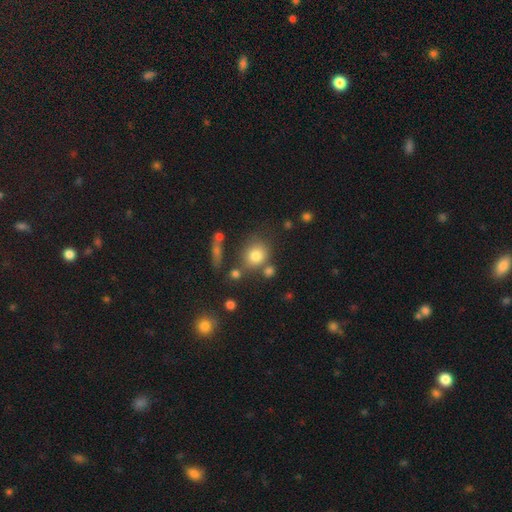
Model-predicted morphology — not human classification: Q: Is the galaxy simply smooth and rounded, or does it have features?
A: smooth — 78%.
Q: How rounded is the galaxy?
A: round — 74%.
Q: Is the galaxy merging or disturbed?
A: none — 63%.